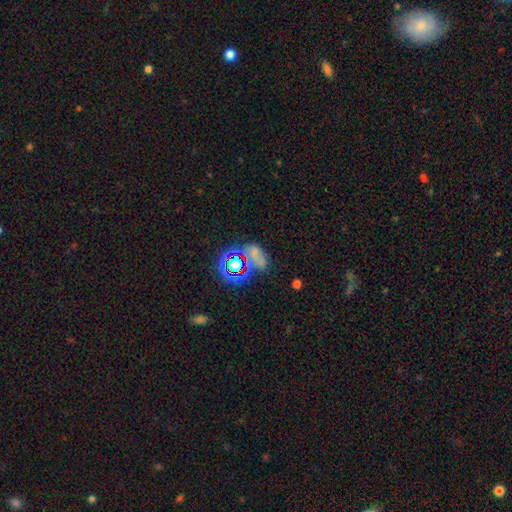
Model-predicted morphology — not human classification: A smooth galaxy with no disk features (44%). Merging: none (46%).